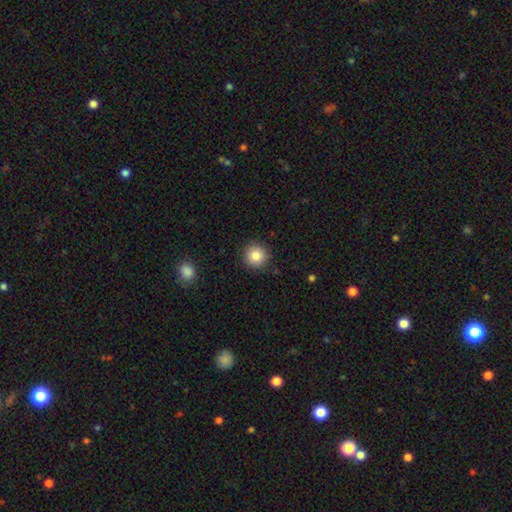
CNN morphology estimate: type=smooth (84%); roundness=round (95%); merging=none (90%).